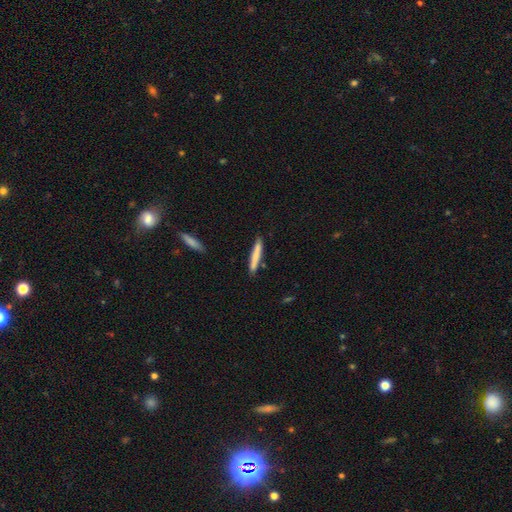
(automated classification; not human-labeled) A smooth galaxy with no disk features (75%) that is cigar-shaped (95%).

Vote fractions:
- Smooth or featured? smooth: 75% / featured or disk: 19% / star or artifact: 6%
- How rounded? cigar-shaped: 95% / in between: 4% / round: 1%
- Merging? none: 85% / minor disturbance: 10% / merger: 3% / major disturbance: 2%